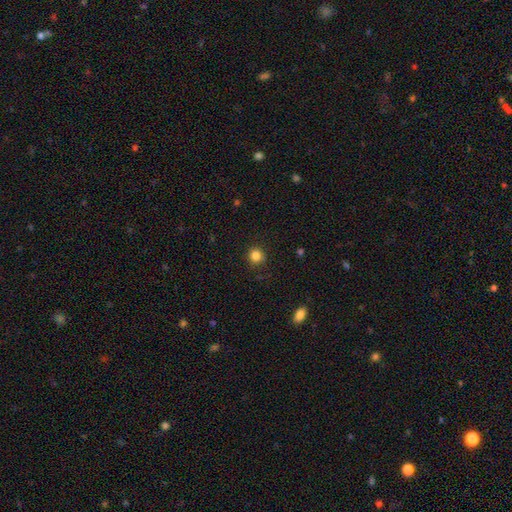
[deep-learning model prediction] smooth-or-featured: smooth: 84% | star or artifact: 12% | featured or disk: 4%
  how-rounded: round: 91% | in between: 8% | cigar-shaped: 1%
  merging: none: 88% | minor disturbance: 8% | major disturbance: 2% | merger: 1%